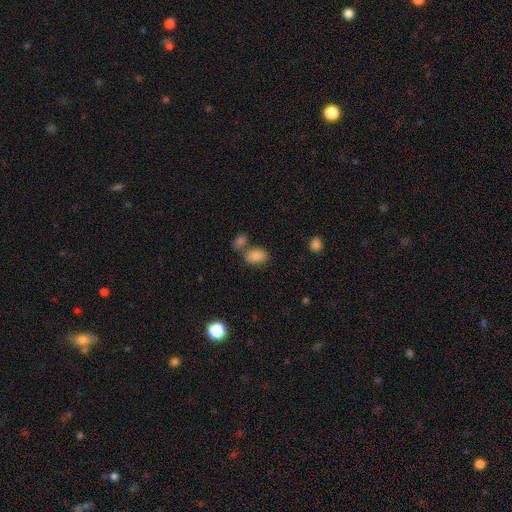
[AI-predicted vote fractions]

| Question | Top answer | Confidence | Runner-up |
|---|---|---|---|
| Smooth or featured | smooth | 86% | star or artifact (9%) |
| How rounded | in between | 86% | round (13%) |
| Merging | none | 56% | merger (27%) |